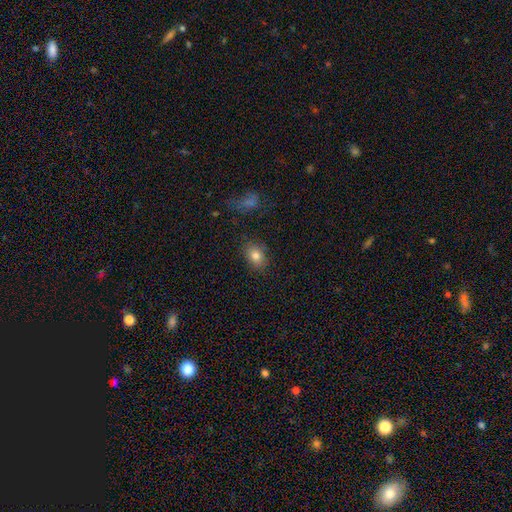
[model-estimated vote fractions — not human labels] Smooth or featured?
  - smooth: 81% *
  - star or artifact: 10%
  - featured or disk: 9%
How rounded?
  - in between: 71% *
  - round: 28%
  - cigar-shaped: 1%
Merging?
  - none: 82% *
  - minor disturbance: 12%
  - major disturbance: 3%
  - merger: 2%